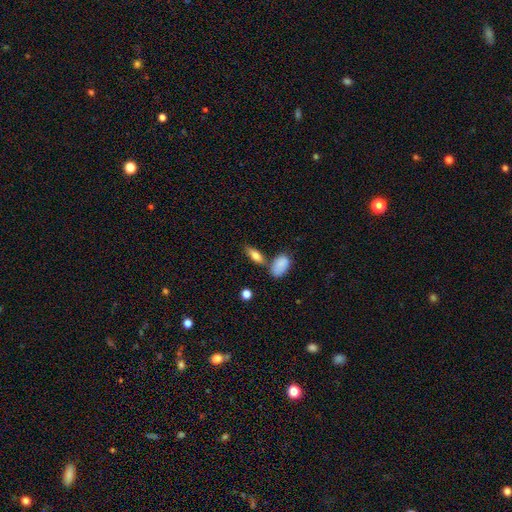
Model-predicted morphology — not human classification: Q: Smooth or featured?
A: smooth (78%); runner-up: featured or disk (15%)
Q: How rounded?
A: in between (75%); runner-up: cigar-shaped (21%)
Q: Merging?
A: none (64%); runner-up: merger (17%)